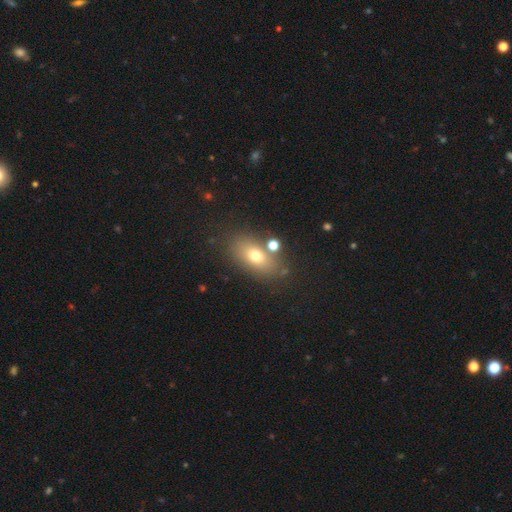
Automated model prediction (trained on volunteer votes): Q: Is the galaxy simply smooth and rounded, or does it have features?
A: smooth — 70%.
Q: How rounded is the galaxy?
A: in between — 83%.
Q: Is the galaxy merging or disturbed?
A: none — 74%.